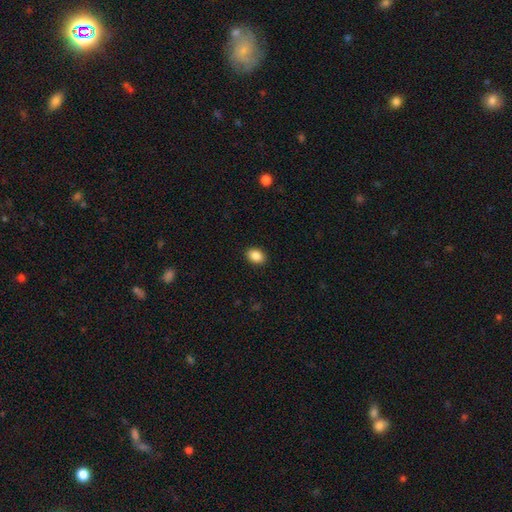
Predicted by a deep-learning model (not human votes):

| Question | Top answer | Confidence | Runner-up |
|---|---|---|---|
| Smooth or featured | smooth | 88% | star or artifact (8%) |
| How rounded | in between | 72% | round (27%) |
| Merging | none | 91% | minor disturbance (7%) |